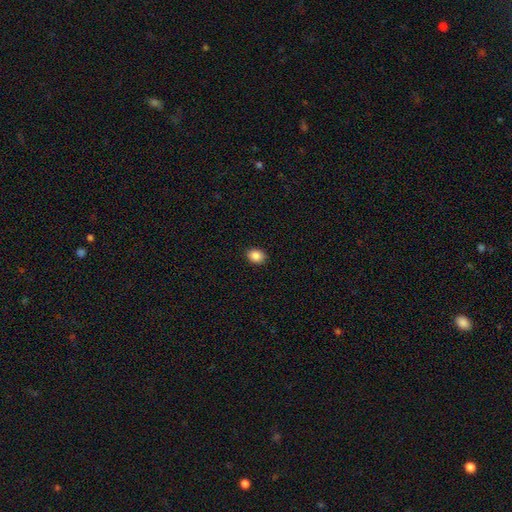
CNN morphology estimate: Smooth or featured? Predicted: smooth (p=0.88). How rounded? Predicted: in between (p=0.60). Merging? Predicted: none (p=0.90).